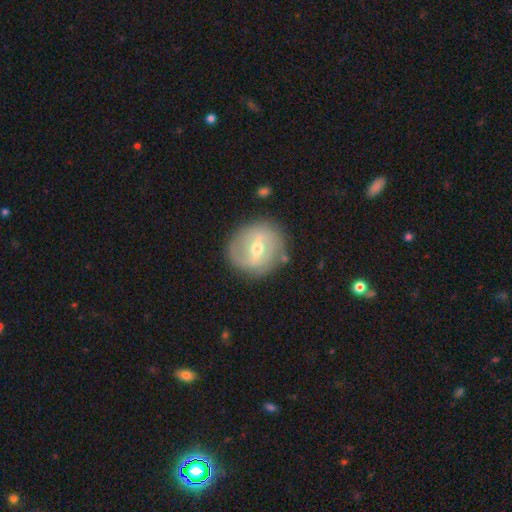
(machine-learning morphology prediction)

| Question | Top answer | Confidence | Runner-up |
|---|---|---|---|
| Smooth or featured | featured or disk | 69% | smooth (23%) |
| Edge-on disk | no | 95% | yes (5%) |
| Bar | weak | 47% | strong (35%) |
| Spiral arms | yes | 68% | no (32%) |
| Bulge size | moderate | 63% | small (34%) |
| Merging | none | 83% | minor disturbance (12%) |